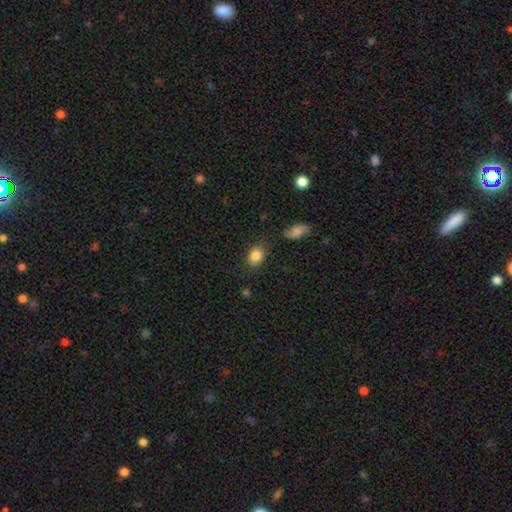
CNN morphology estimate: This is clearly a smooth galaxy (86%). How rounded: possibly in between (55%). Merging: likely none (79%).